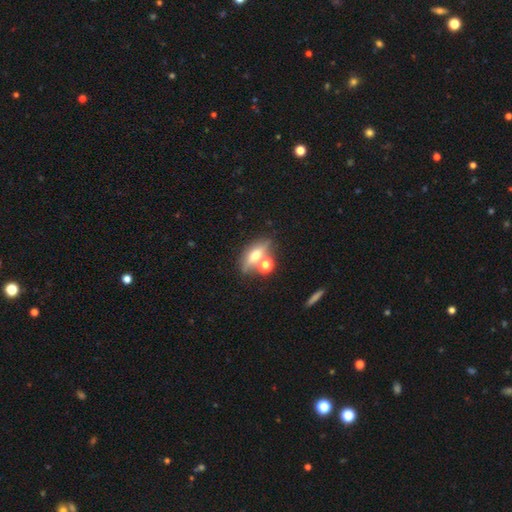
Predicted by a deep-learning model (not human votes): Smooth or featured? smooth (52%)
How rounded? in between (61%)
Merging? none (55%)